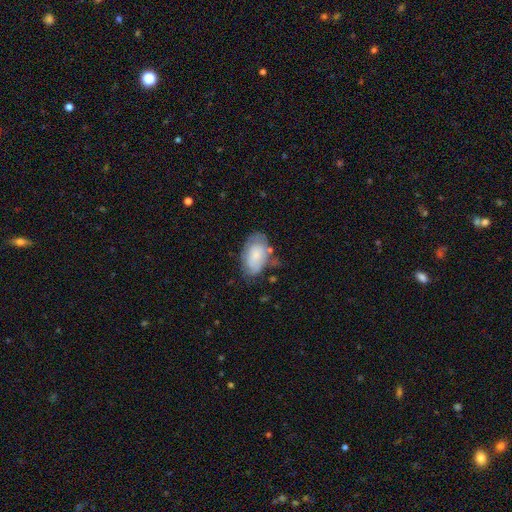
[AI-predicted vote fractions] Smooth or featured: smooth — 65% (featured or disk — 28%)
How rounded: in between — 93% (round — 6%)
Merging: none — 53% (minor disturbance — 30%)